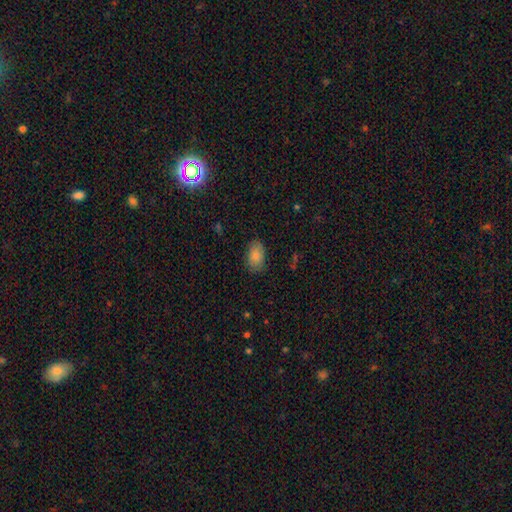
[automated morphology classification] type=smooth (84%); roundness=in between (89%); merging=none (81%).